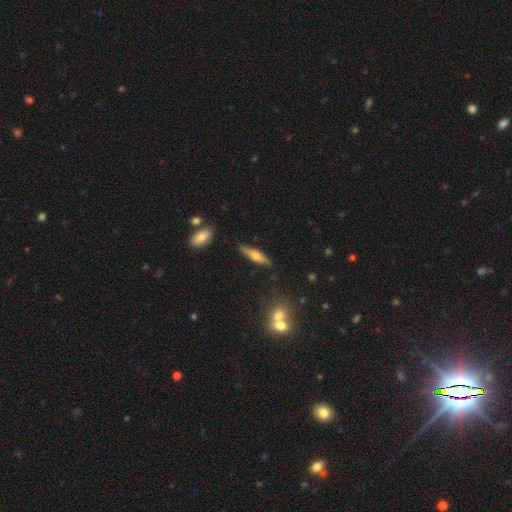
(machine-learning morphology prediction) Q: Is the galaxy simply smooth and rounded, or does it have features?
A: featured or disk — 47%, tied with smooth.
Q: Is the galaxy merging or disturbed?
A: none — 83%.